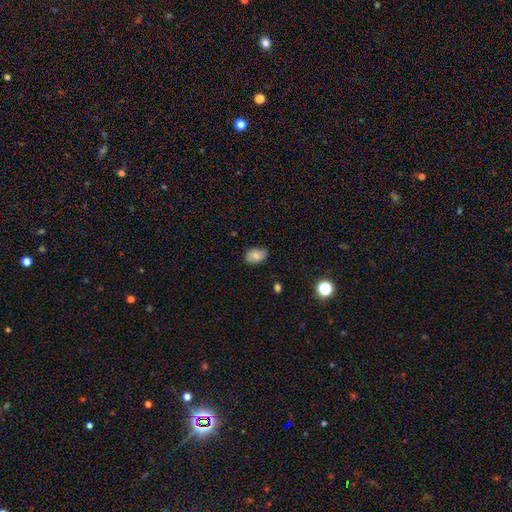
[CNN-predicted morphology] This appears to be a smooth galaxy with no disk features (82%) that is in between round and cigar-shaped (85%). Merging: none (81%).